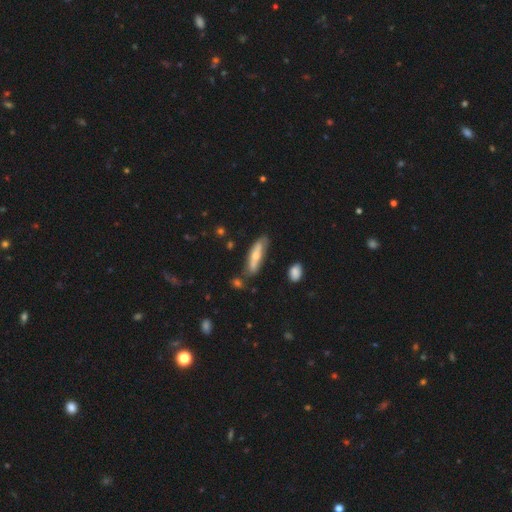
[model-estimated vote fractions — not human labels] Smooth or featured? Predicted: featured or disk (p=0.50). Edge-on disk? Predicted: yes (p=0.57). Merging? Predicted: none (p=0.68).